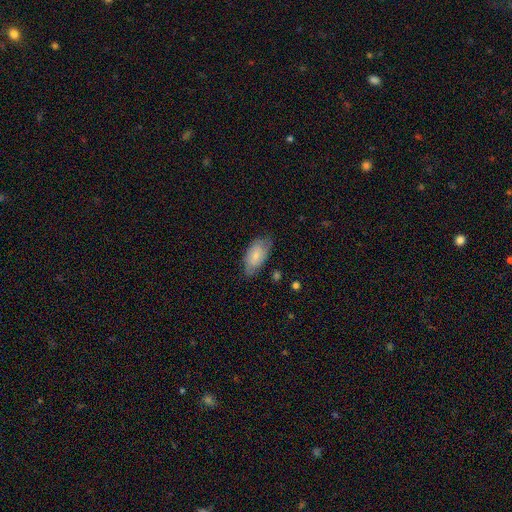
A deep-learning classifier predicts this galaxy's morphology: Smooth or featured?
  - smooth: 66% *
  - featured or disk: 28%
  - star or artifact: 6%
How rounded?
  - in between: 93% *
  - cigar-shaped: 4%
  - round: 3%
Merging?
  - none: 69% *
  - minor disturbance: 25%
  - major disturbance: 5%
  - merger: 2%